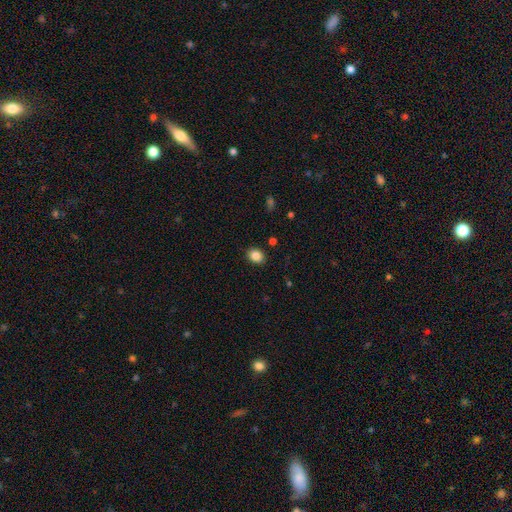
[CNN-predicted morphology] Smooth or featured: smooth — 86% (star or artifact — 9%)
How rounded: in between — 55% (round — 44%)
Merging: none — 88% (minor disturbance — 8%)